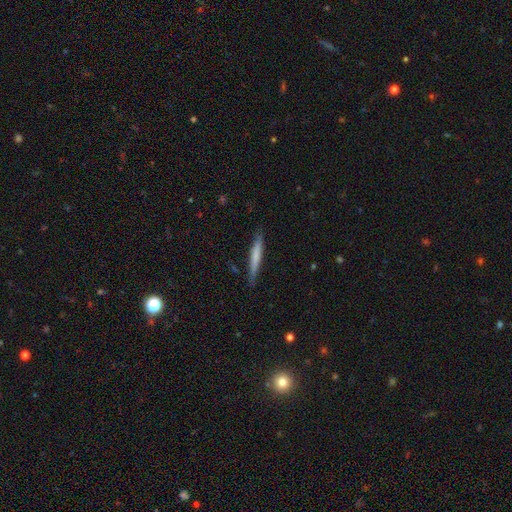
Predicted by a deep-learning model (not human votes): Smooth or featured?
  - smooth: 58% *
  - featured or disk: 36%
  - star or artifact: 6%
How rounded?
  - cigar-shaped: 95% *
  - in between: 3%
  - round: 1%
Merging?
  - none: 86% *
  - minor disturbance: 11%
  - major disturbance: 2%
  - merger: 1%